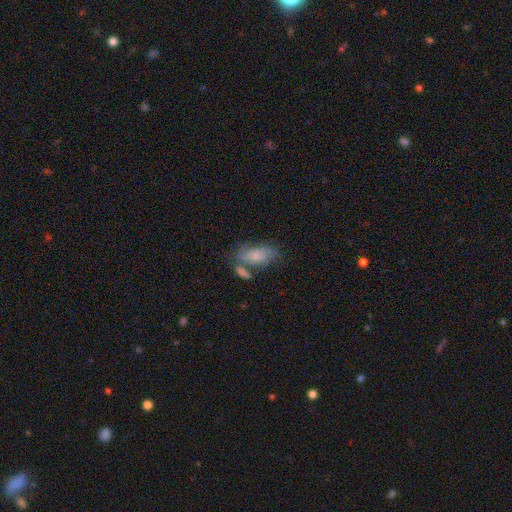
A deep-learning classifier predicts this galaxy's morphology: Smooth or featured: smooth — 69% (featured or disk — 24%)
How rounded: in between — 87% (cigar-shaped — 8%)
Merging: none — 45% (merger — 25%)